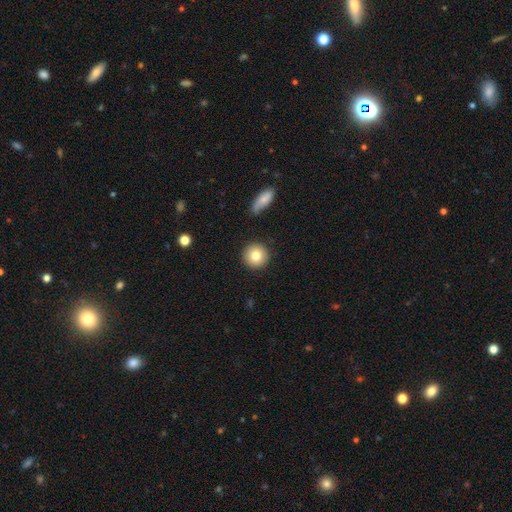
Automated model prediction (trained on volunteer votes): smooth_or_featured: smooth (p=0.81) [alt: featured or disk p=0.11]
how_rounded: round (p=0.94) [alt: in between p=0.05]
merging: none (p=0.89) [alt: minor disturbance p=0.07]